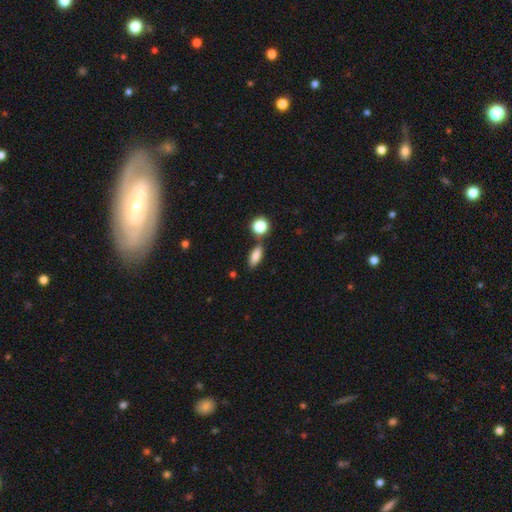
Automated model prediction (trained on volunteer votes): smooth_or_featured: smooth (p=0.82) [alt: featured or disk p=0.09]
how_rounded: in between (p=0.70) [alt: cigar-shaped p=0.22]
merging: none (p=0.73) [alt: minor disturbance p=0.13]